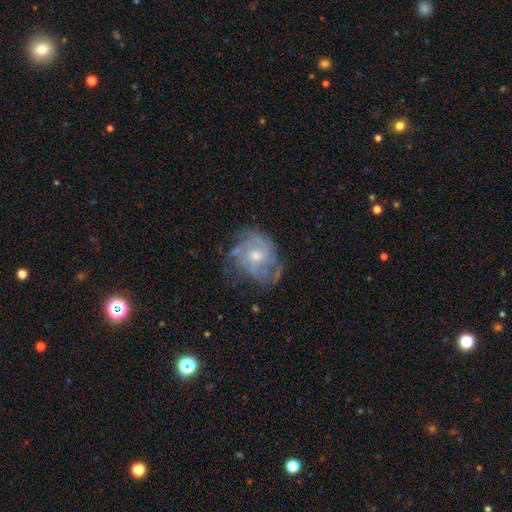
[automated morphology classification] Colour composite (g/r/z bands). It shows a featured or disk galaxy (79%) with no bar (73%), tight (54%) spiral arms (88%) and a moderate central bulge (49%). Merging: none (63%).